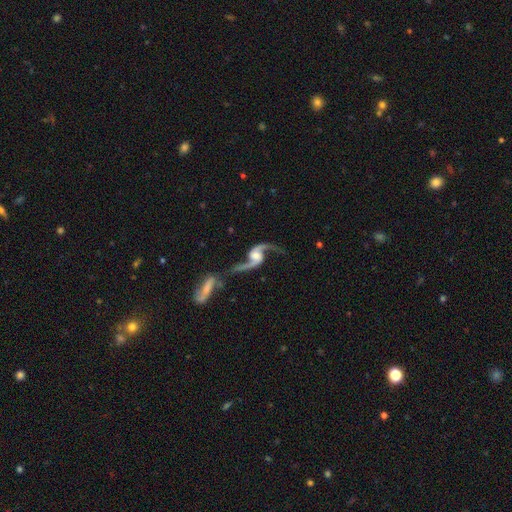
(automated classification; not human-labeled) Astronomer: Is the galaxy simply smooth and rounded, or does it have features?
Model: featured or disk — 91%.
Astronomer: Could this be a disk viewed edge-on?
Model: no — 96%.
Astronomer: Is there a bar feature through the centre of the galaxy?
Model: no — 49% (runner-up: weak, 38%).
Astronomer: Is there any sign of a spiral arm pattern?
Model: yes — 97%.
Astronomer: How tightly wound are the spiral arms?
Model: loose — 85%.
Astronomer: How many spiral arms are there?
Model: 2 — 93%.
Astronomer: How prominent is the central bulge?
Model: moderate — 41% (runner-up: small, 23%).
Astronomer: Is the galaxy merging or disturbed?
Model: none — 45% (runner-up: merger, 30%).